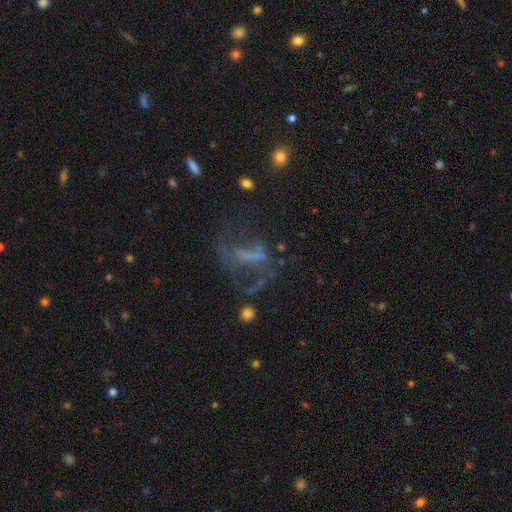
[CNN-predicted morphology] smooth_or_featured: featured or disk (p=0.55) [alt: star or artifact p=0.28]
disk_edge_on: no (p=0.91) [alt: yes p=0.09]
bar: strong (p=0.37) [alt: weak p=0.33]
has_spiral_arms: yes (p=0.62) [alt: no p=0.38]
bulge_size: none (p=0.56) [alt: small p=0.25]
merging: none (p=0.45) [alt: major disturbance p=0.32]